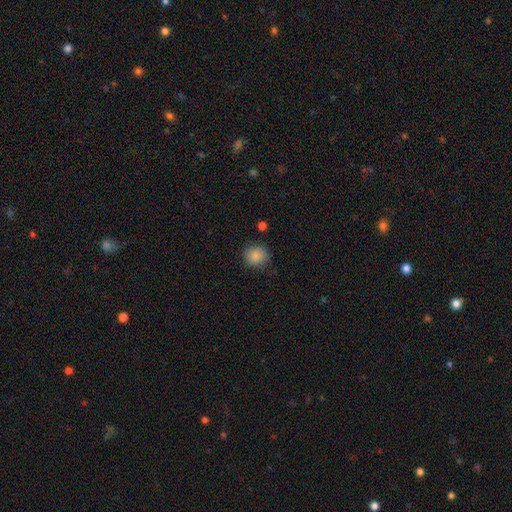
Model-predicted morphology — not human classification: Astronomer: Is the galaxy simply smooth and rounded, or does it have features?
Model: smooth — 87%.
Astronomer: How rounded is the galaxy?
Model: round — 81%.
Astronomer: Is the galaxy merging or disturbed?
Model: none — 85%.